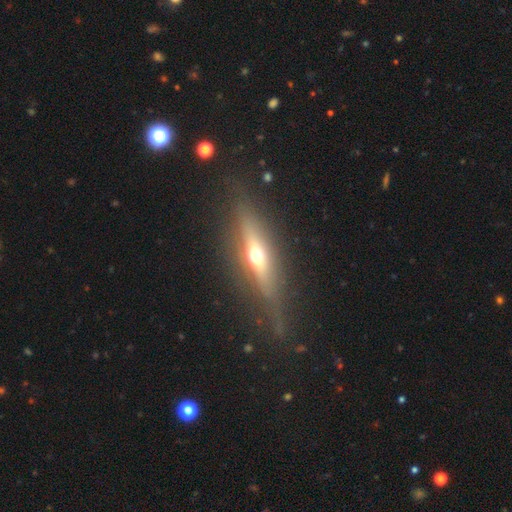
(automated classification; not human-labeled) Overall: featured or disk (51%; smooth 38%). Edge-on disk: yes (81%). Merging: none (77%).